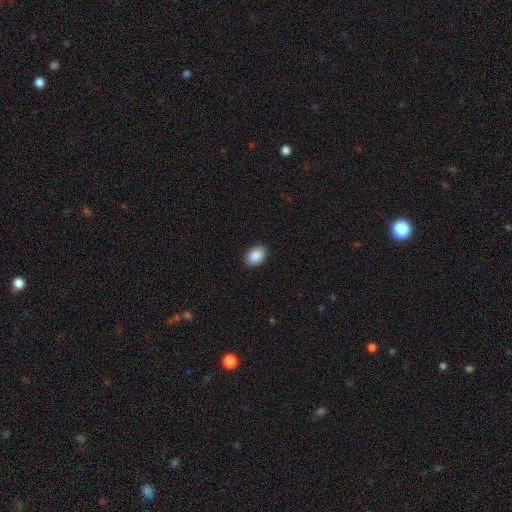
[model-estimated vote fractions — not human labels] Smooth or featured: smooth — 89% (star or artifact — 7%)
How rounded: in between — 83% (round — 16%)
Merging: none — 90% (minor disturbance — 7%)